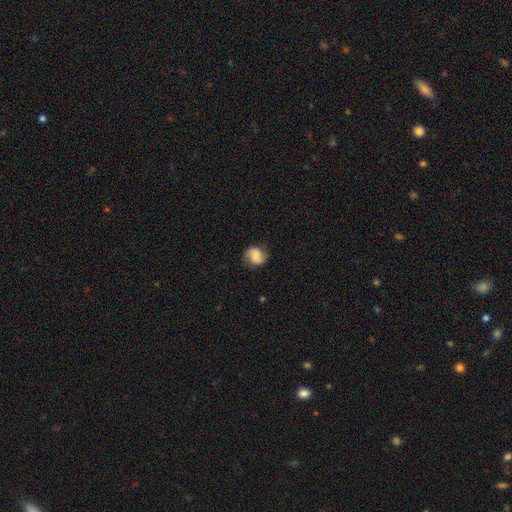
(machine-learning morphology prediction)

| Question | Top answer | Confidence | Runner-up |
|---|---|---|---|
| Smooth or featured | smooth | 50% | featured or disk (41%) |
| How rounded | round | 74% | in between (25%) |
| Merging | none | 78% | minor disturbance (15%) |